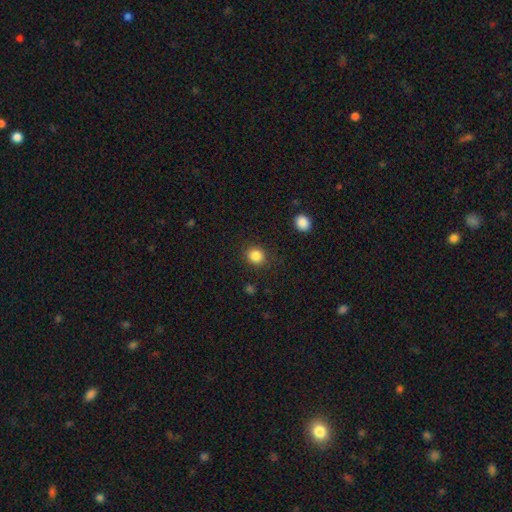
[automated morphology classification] type=smooth (85%); roundness=round (79%); merging=none (86%).